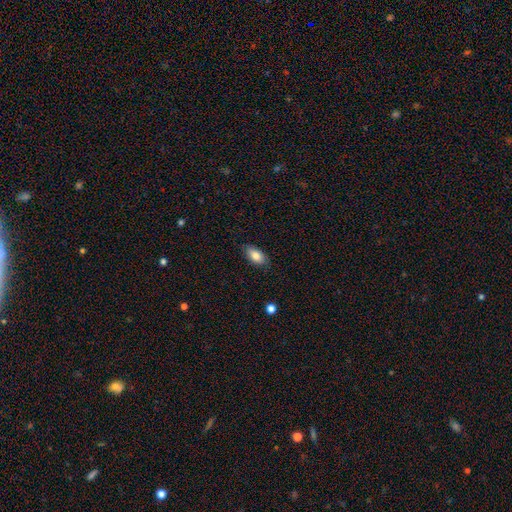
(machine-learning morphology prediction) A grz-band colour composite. It shows a smooth galaxy with no disk features (81%) that is in between round and cigar-shaped (92%). Merging: none (84%).